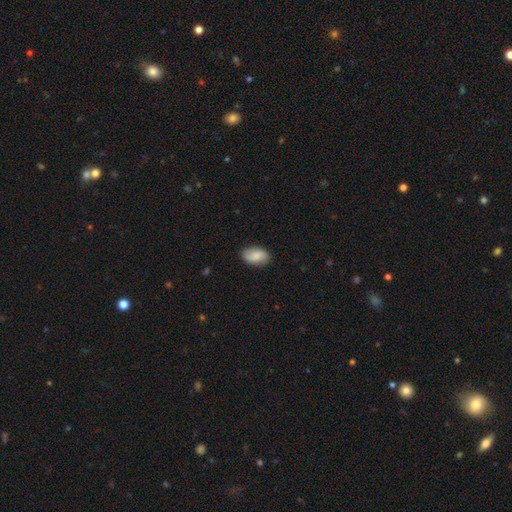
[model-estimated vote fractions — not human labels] A smooth galaxy with no disk features (79%) that is in between round and cigar-shaped (92%).

Vote fractions:
- Smooth or featured? smooth: 79% / featured or disk: 14% / star or artifact: 7%
- How rounded? in between: 92% / round: 6% / cigar-shaped: 2%
- Merging? none: 85% / minor disturbance: 12% / major disturbance: 2% / merger: 1%